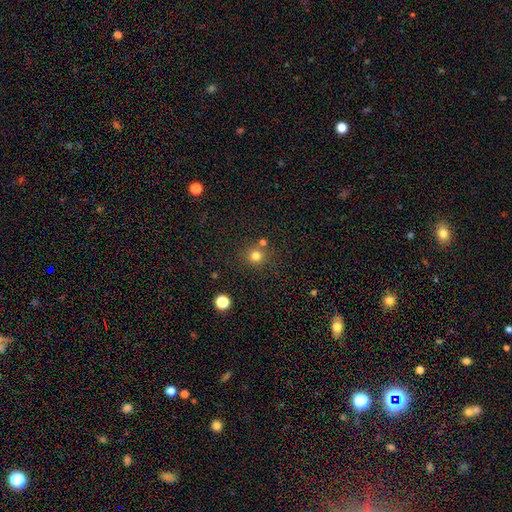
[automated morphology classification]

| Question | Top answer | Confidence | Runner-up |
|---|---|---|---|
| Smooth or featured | smooth | 78% | star or artifact (15%) |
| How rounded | round | 92% | in between (7%) |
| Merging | none | 76% | merger (13%) |